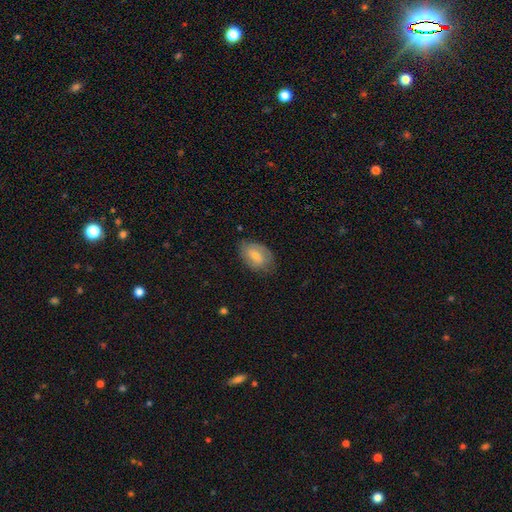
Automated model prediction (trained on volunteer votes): Smooth or featured? Predicted: smooth (p=0.63). How rounded? Predicted: in between (p=0.87). Merging? Predicted: none (p=0.70).